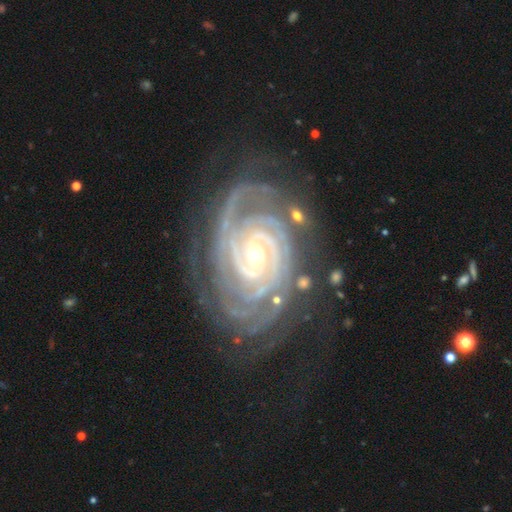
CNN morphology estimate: featured or disk 93%, star or artifact 5%, smooth 2%. Down the decision tree: edge-on disk — no (97%); bar — no (50%); spiral arms — yes (99%); spiral arm count — 2 (29%); spiral winding — tight (84%); bulge size — small (64%); merging — none (70%).